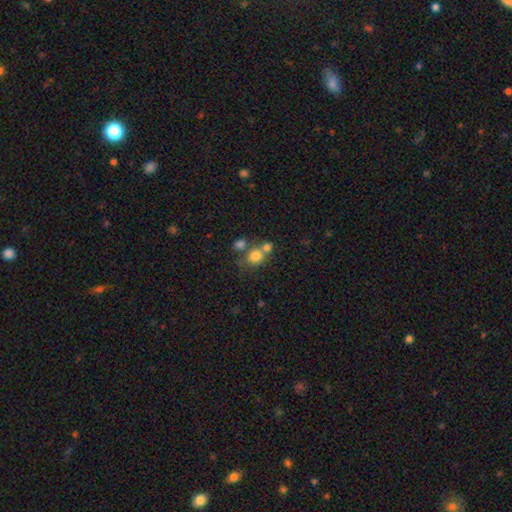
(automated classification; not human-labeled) A smooth galaxy with no disk features (76%) that is round (78%). Merging: none (46%).